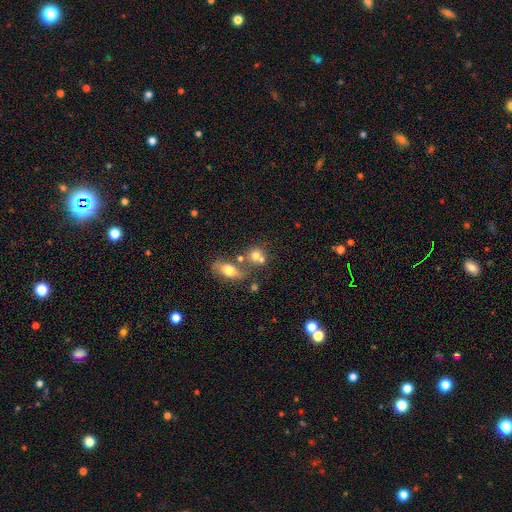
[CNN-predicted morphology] Smooth or featured?
  - smooth: 70% *
  - featured or disk: 17%
  - star or artifact: 13%
How rounded?
  - round: 68% *
  - in between: 29%
  - cigar-shaped: 2%
Merging?
  - merger: 44% *
  - none: 41%
  - minor disturbance: 10%
  - major disturbance: 5%